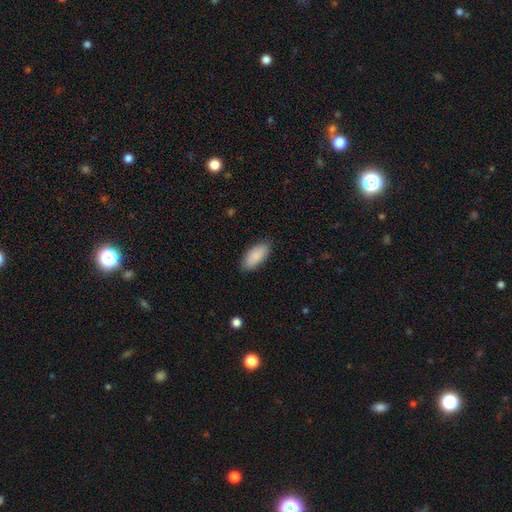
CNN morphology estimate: The model was most divided on "merging": none: 86%, minor disturbance: 11%, major disturbance: 2%, merger: 1%. More confident: smooth or featured — smooth (89%); how rounded — in between (89%).